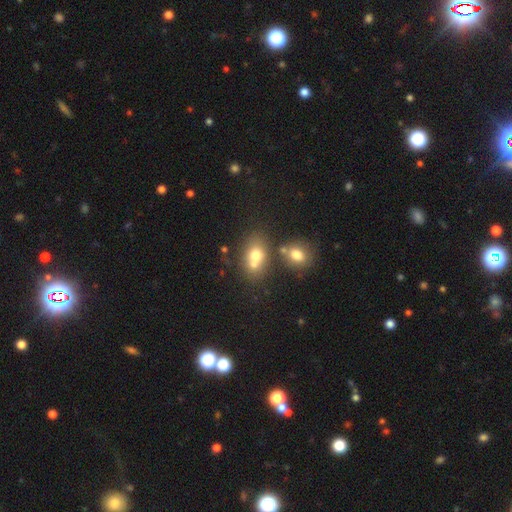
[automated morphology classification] The model was most divided on "how rounded": in between: 53%, round: 46%, cigar-shaped: 2%. More confident: smooth or featured — smooth (68%); merging — merger (51%).